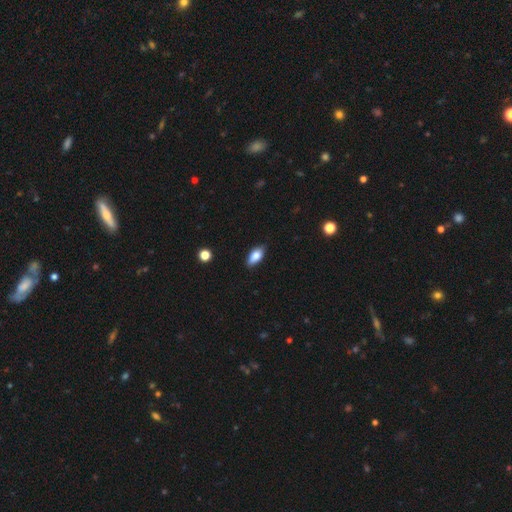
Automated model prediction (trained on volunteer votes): Smooth or featured? smooth (78%)
How rounded? in between (87%)
Merging? none (83%)